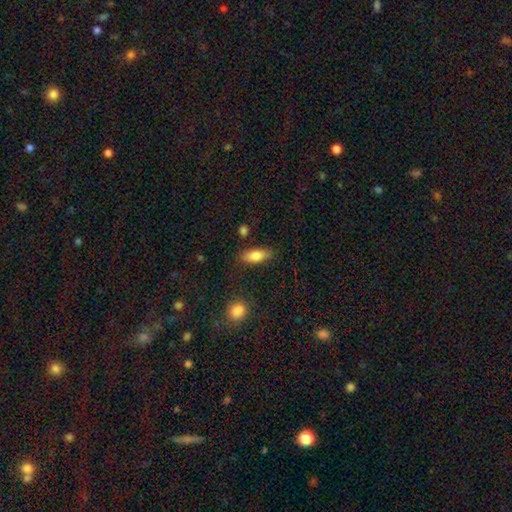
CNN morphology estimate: type=smooth (82%); roundness=in between (77%); merging=none (82%).